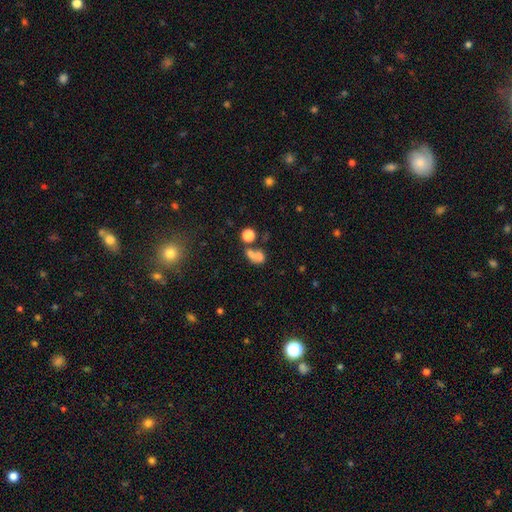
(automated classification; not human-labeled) Overall: smooth (66%). How rounded: round (54%; in between 44%). Merging: merger (58%; none 27%).